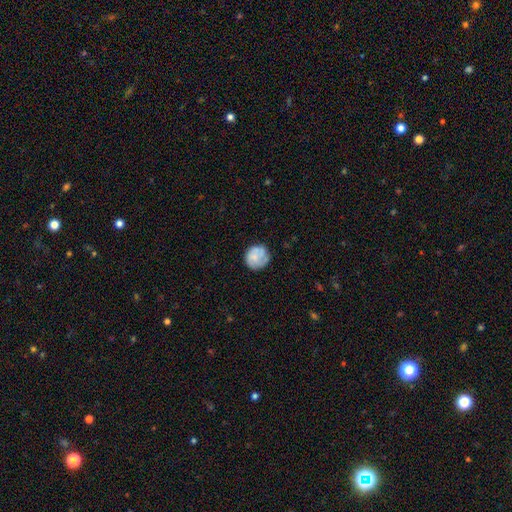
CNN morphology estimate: type=smooth (58%); roundness=round (85%); merging=none (70%).